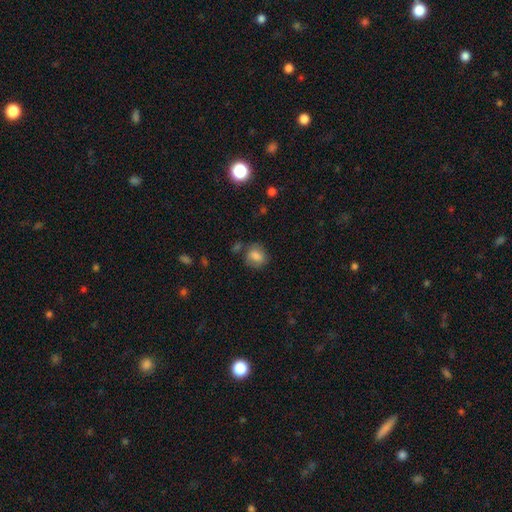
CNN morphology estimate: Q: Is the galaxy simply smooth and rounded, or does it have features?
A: smooth — 78%.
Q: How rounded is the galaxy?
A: round — 58%.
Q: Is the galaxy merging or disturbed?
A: none — 67%.